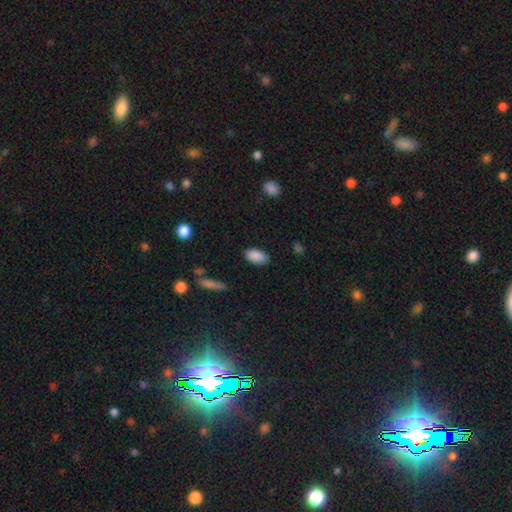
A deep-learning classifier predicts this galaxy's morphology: This appears to be a smooth galaxy with no disk features (89%) that is in between round and cigar-shaped (94%). Merging: none (86%).